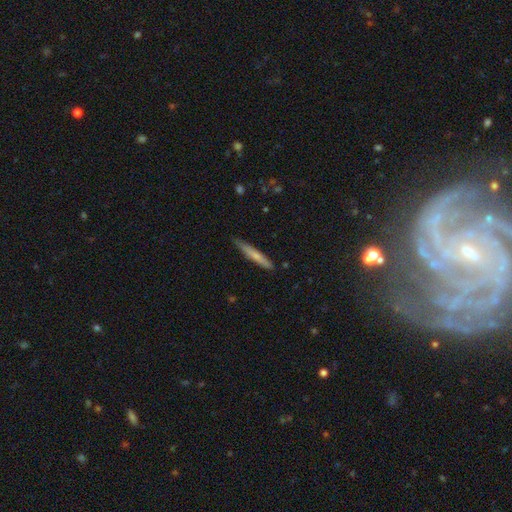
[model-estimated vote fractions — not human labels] A smooth galaxy with no disk features (63%) that is cigar-shaped (95%).

Vote fractions:
- Smooth or featured? smooth: 63% / featured or disk: 31% / star or artifact: 6%
- How rounded? cigar-shaped: 95% / in between: 4% / round: 1%
- Merging? none: 83% / minor disturbance: 14% / major disturbance: 2% / merger: 1%